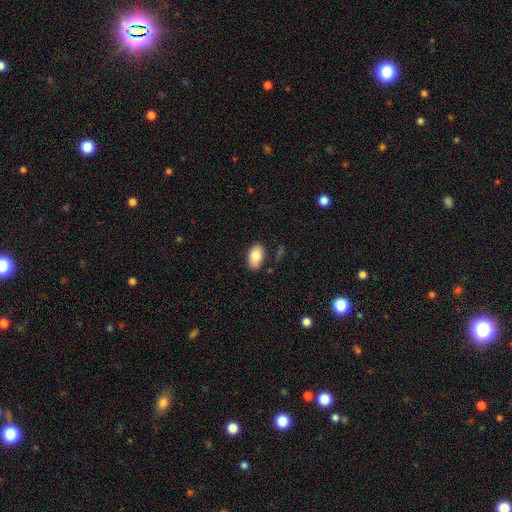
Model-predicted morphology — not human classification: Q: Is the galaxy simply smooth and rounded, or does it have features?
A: smooth — 80%.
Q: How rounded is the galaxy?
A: in between — 92%.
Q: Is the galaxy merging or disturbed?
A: none — 82%.